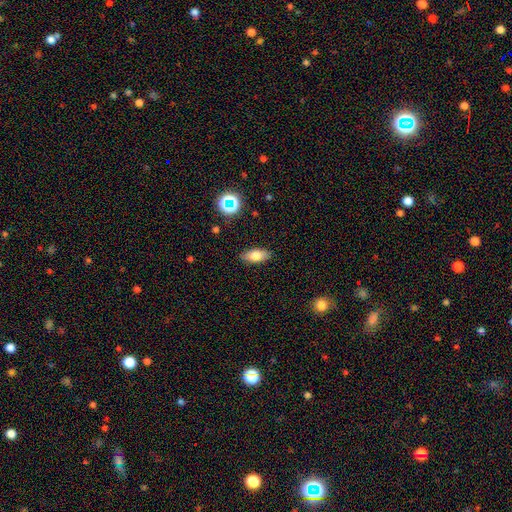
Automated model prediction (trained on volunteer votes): This is likely a smooth galaxy (76%). How rounded: clearly in between (85%). Merging: clearly none (88%).